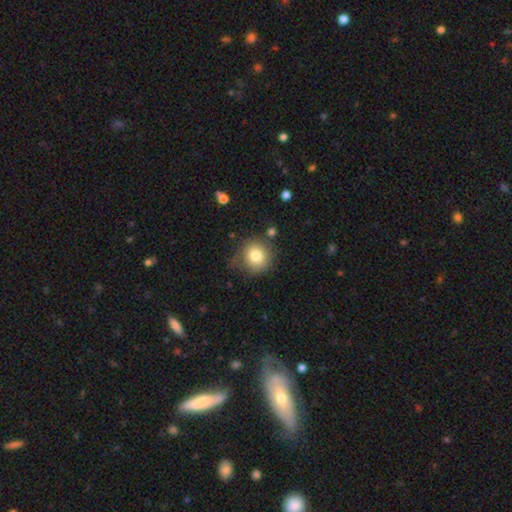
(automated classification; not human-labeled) A smooth galaxy with no disk features (80%) that is round (89%). Merging: none (71%).